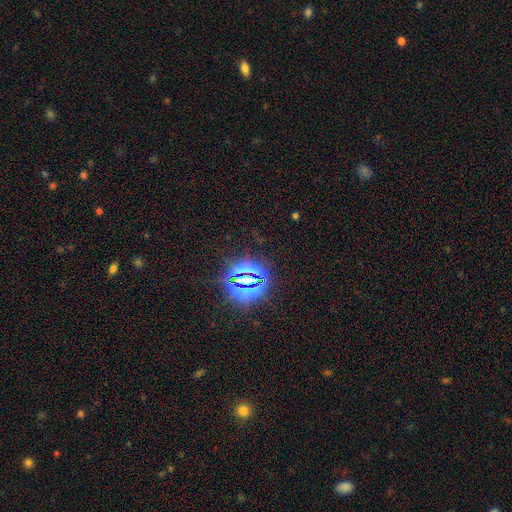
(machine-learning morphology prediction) Smooth or featured? Predicted: star or artifact (p=0.82).